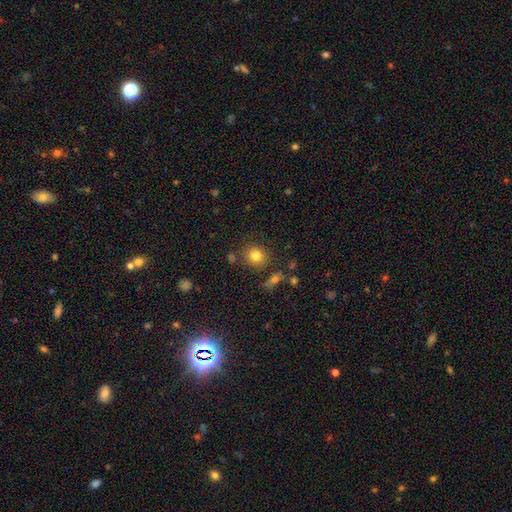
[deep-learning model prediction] Smooth or featured: smooth — 81% (star or artifact — 12%)
How rounded: round — 85% (in between — 14%)
Merging: none — 81% (minor disturbance — 10%)